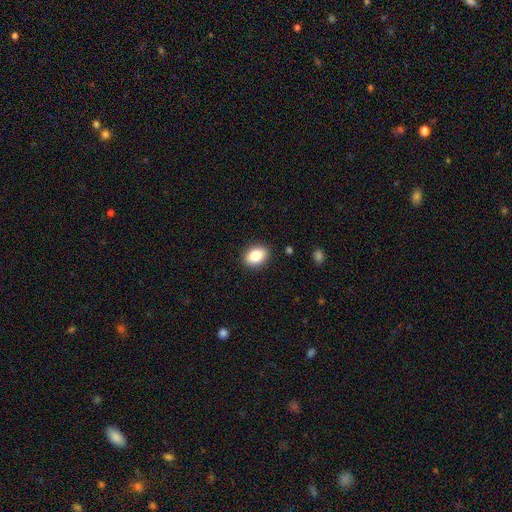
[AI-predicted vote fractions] A smooth galaxy with no disk features (83%) that is in between round and cigar-shaped (72%). Merging: none (89%).